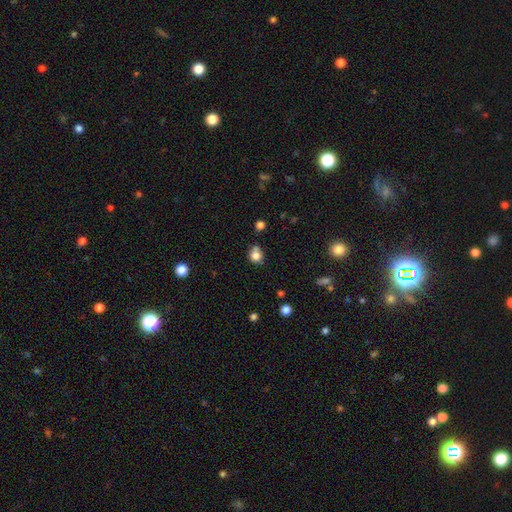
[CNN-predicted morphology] This is likely a smooth galaxy (80%). How rounded: likely round (74%). Merging: possibly none (50%).